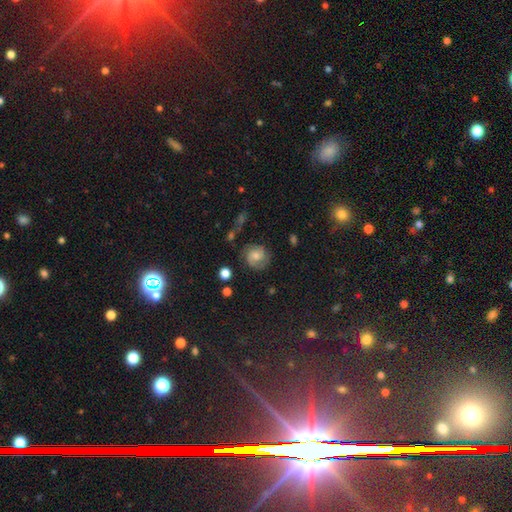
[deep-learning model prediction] This is likely a featured or disk galaxy (64%). It is clearly not viewed edge-on (98%). Bar: likely no (67%). Spiral arm pattern: clearly yes (92%). Spiral arm count: likely 2 (74%). Spiral winding: possibly tight (48%). Central bulge: possibly moderate (51%). Merging: likely none (69%).